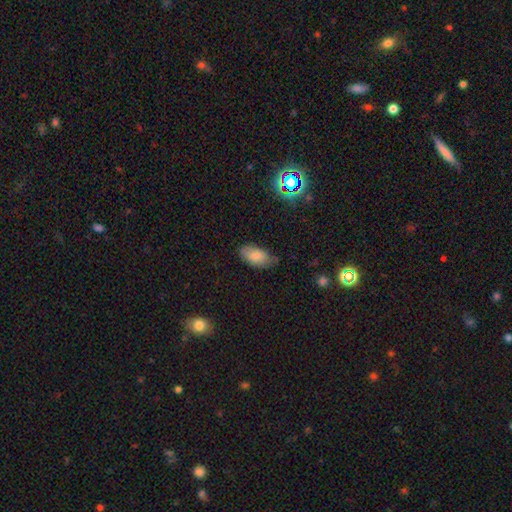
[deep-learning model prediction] Smooth or featured?
  - smooth: 81% *
  - featured or disk: 11%
  - star or artifact: 9%
How rounded?
  - in between: 93% *
  - round: 3%
  - cigar-shaped: 3%
Merging?
  - none: 65% *
  - minor disturbance: 28%
  - major disturbance: 5%
  - merger: 2%